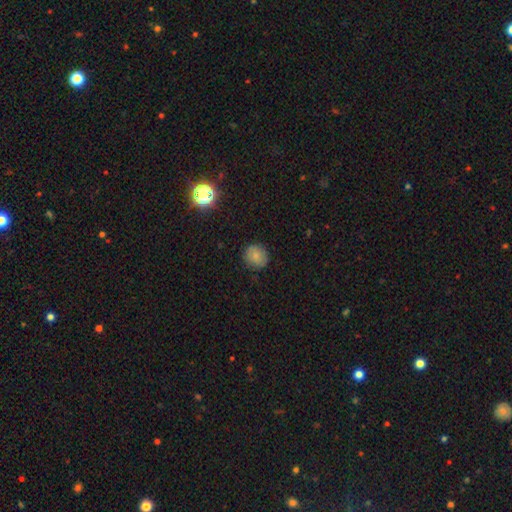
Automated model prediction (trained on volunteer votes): smooth_or_featured: smooth (p=0.81) [alt: star or artifact p=0.12]
how_rounded: round (p=0.84) [alt: in between p=0.15]
merging: none (p=0.85) [alt: minor disturbance p=0.11]